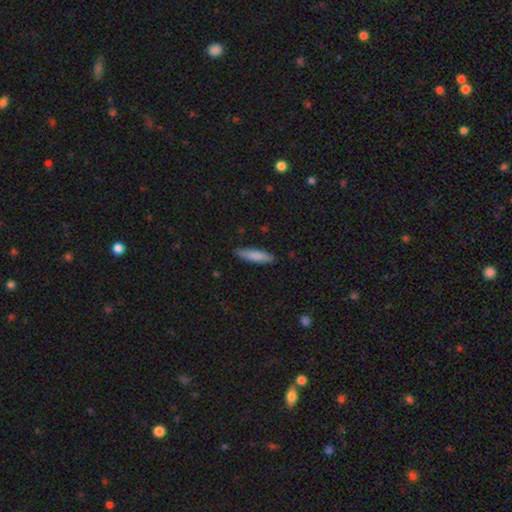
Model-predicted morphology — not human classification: smooth-or-featured: smooth: 84% | featured or disk: 11% | star or artifact: 6%
  how-rounded: cigar-shaped: 74% | in between: 25% | round: 1%
  merging: none: 86% | minor disturbance: 11% | major disturbance: 2% | merger: 1%